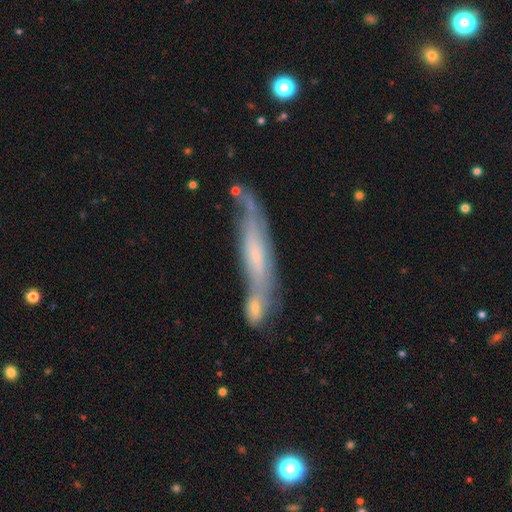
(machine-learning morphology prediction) smooth-or-featured: featured or disk: 58% | smooth: 34% | star or artifact: 8%
  disk-edge-on: yes: 63% | no: 37%
  merging: none: 49% | merger: 27% | minor disturbance: 18% | major disturbance: 7%